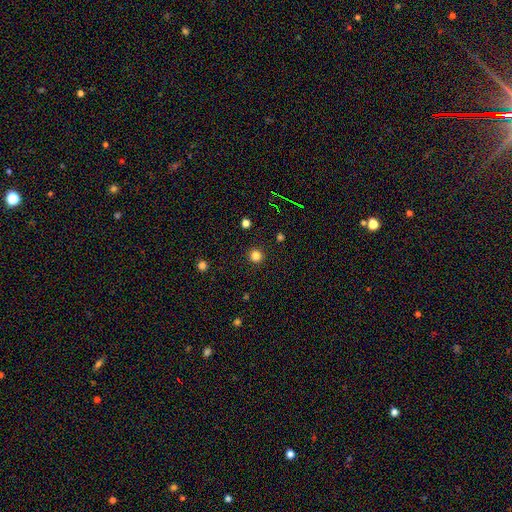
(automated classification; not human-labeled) Smooth or featured? smooth (81%)
How rounded? round (95%)
Merging? none (92%)